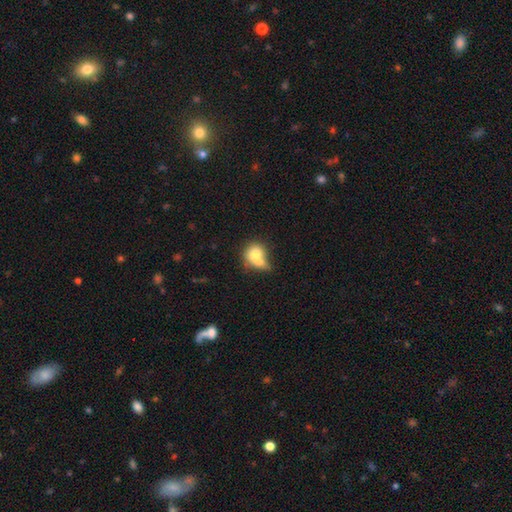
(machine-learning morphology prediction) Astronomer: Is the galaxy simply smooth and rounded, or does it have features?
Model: smooth — 73%.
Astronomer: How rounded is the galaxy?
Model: round — 64%.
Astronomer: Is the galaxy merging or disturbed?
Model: merger — 51%.